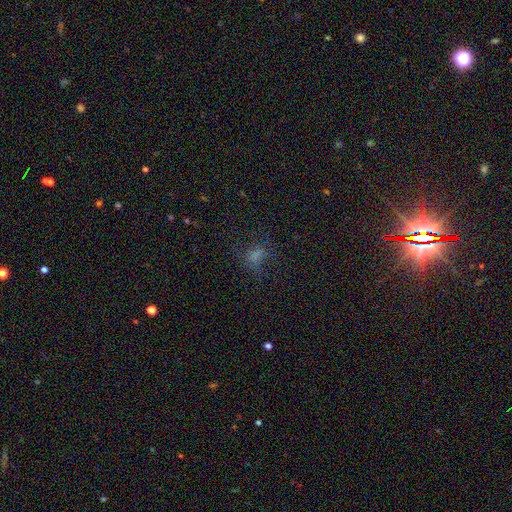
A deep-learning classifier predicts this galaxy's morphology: type=smooth (56%); roundness=in between (59%); merging=none (55%).